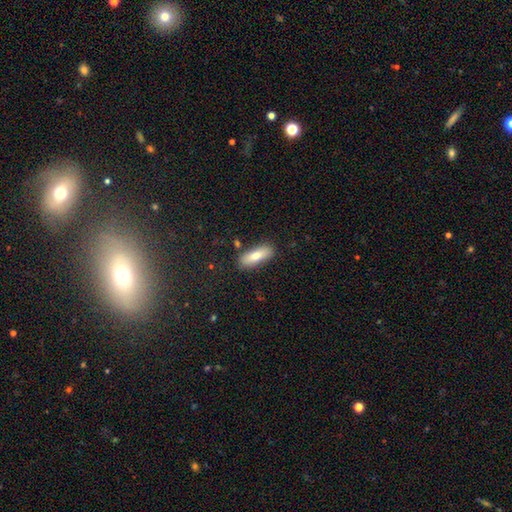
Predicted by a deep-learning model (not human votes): Q: Smooth or featured?
A: smooth (75%); runner-up: featured or disk (17%)
Q: How rounded?
A: in between (69%); runner-up: cigar-shaped (29%)
Q: Merging?
A: none (85%); runner-up: minor disturbance (11%)